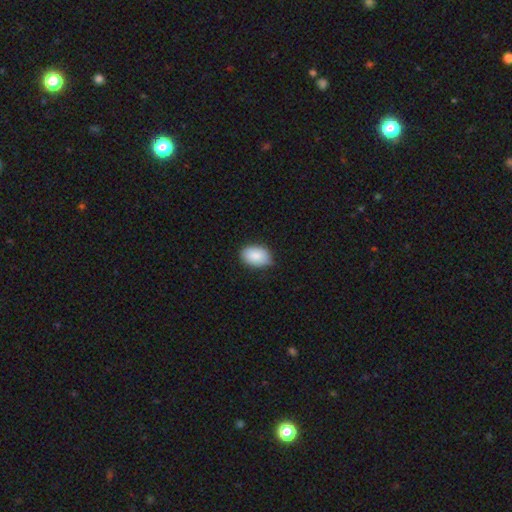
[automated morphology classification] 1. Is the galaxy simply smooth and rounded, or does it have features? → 88% smooth, 6% star or artifact, 6% featured or disk.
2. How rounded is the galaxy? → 88% in between, 11% round, 1% cigar-shaped.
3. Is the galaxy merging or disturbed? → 79% none, 18% minor disturbance, 2% major disturbance, 1% merger.